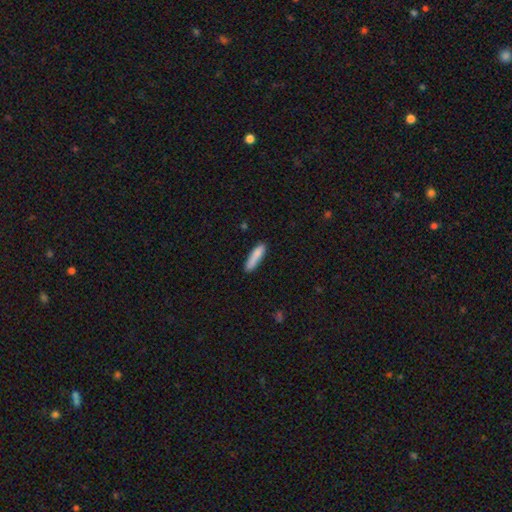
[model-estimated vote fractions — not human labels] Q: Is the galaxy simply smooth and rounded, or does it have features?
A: smooth — 85%.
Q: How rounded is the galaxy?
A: cigar-shaped — 78%.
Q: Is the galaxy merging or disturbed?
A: none — 79%.